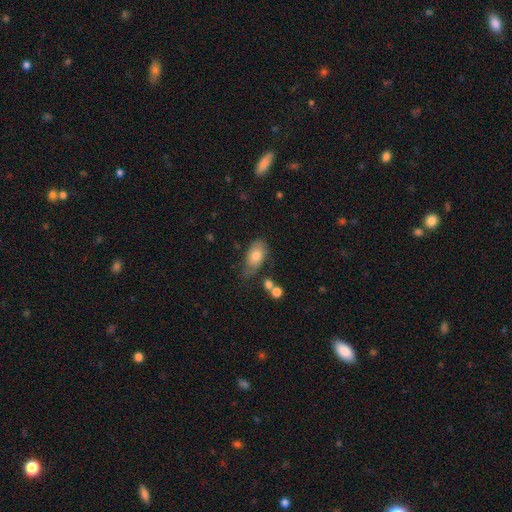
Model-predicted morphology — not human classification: This appears to be a smooth galaxy with no disk features (73%) that is in between round and cigar-shaped (90%). Merging: none (49%).